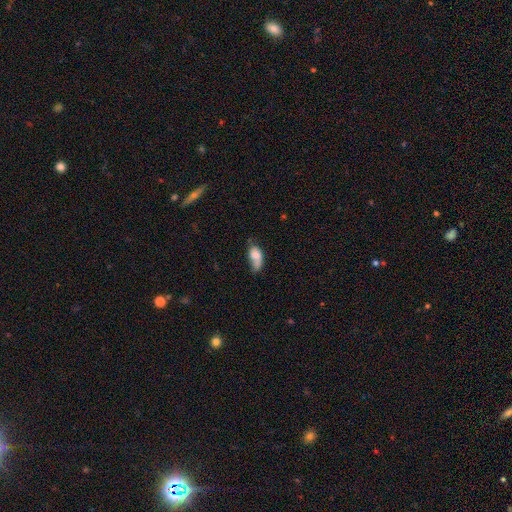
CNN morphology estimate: Smooth or featured?
  - smooth: 71% *
  - featured or disk: 21%
  - star or artifact: 8%
How rounded?
  - in between: 87% *
  - round: 7%
  - cigar-shaped: 6%
Merging?
  - none: 30% *
  - minor disturbance: 29%
  - major disturbance: 25%
  - merger: 16%